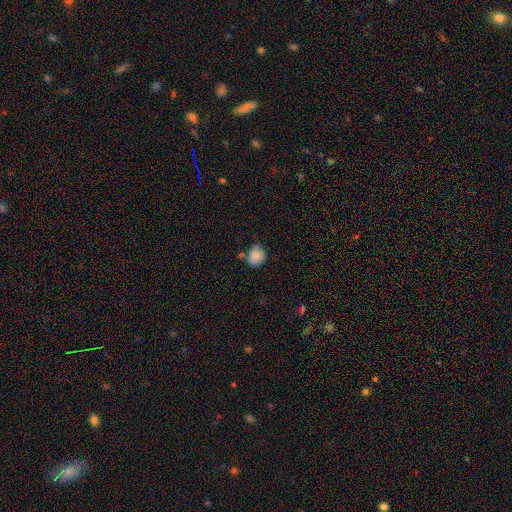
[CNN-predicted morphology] Smooth or featured? Predicted: smooth (p=0.86). How rounded? Predicted: round (p=0.70). Merging? Predicted: none (p=0.58).